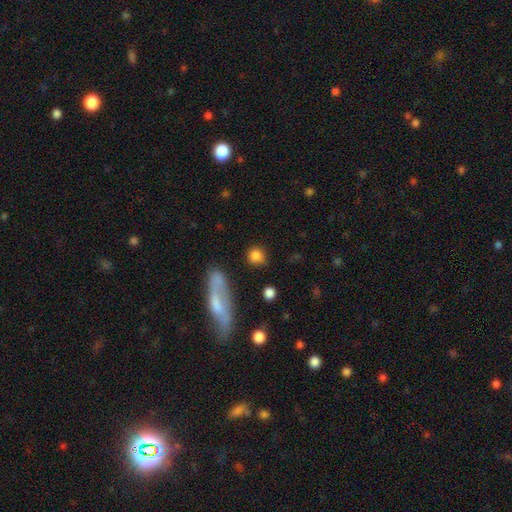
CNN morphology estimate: Overall: smooth (82%). How rounded: round (75%). Merging: none (75%).